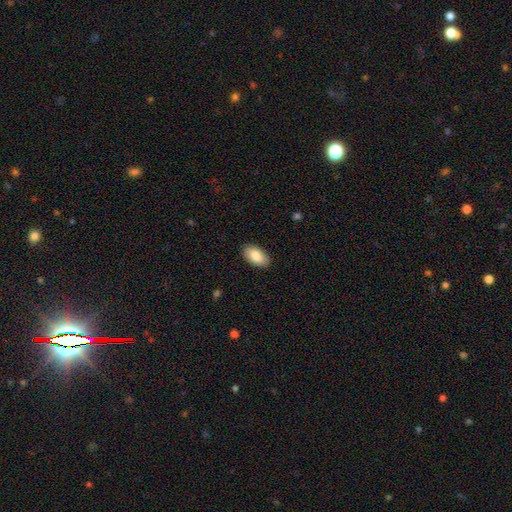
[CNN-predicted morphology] The model was most divided on "smooth or featured": smooth: 86%, featured or disk: 8%, star or artifact: 6%. More confident: how rounded — in between (95%); merging — none (89%).